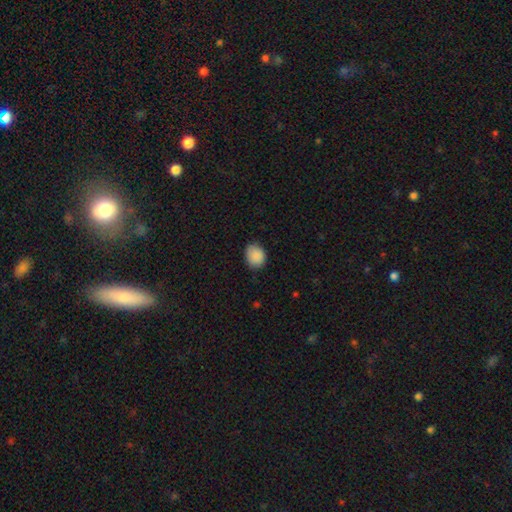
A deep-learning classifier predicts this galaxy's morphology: The model was most divided on "how rounded": round: 57%, in between: 42%, cigar-shaped: 1%. More confident: smooth or featured — smooth (89%); merging — none (80%).